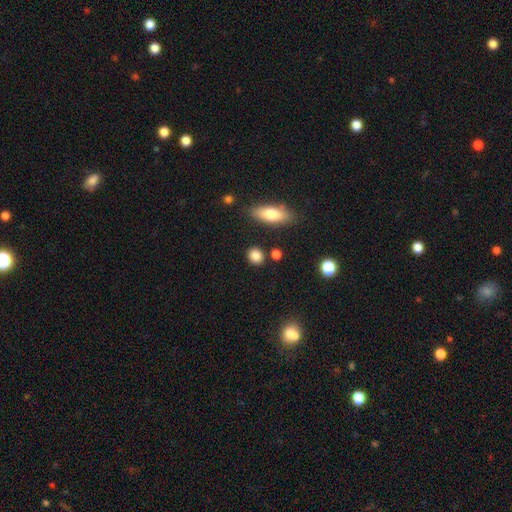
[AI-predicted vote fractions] smooth_or_featured: smooth (p=0.85) [alt: star or artifact p=0.09]
how_rounded: round (p=0.74) [alt: in between p=0.23]
merging: none (p=0.85) [alt: minor disturbance p=0.08]